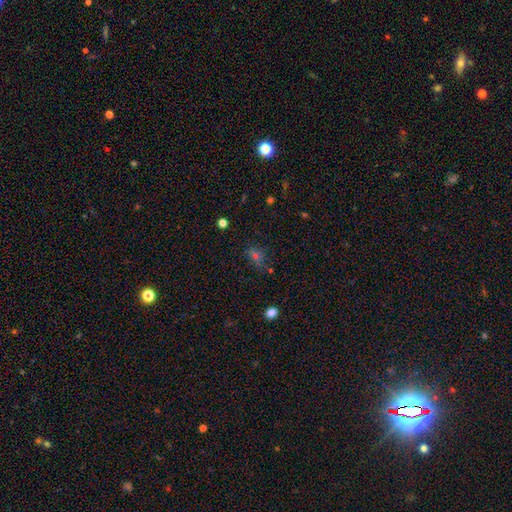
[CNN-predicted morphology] Smooth or featured? Predicted: smooth (p=0.49). Merging? Predicted: none (p=0.73).